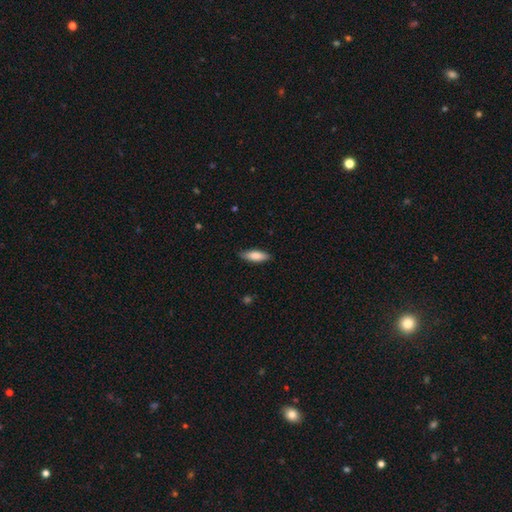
This appears to be a smooth galaxy with no disk features (72%) that is in between round and cigar-shaped (58%). Merging: none (94%).